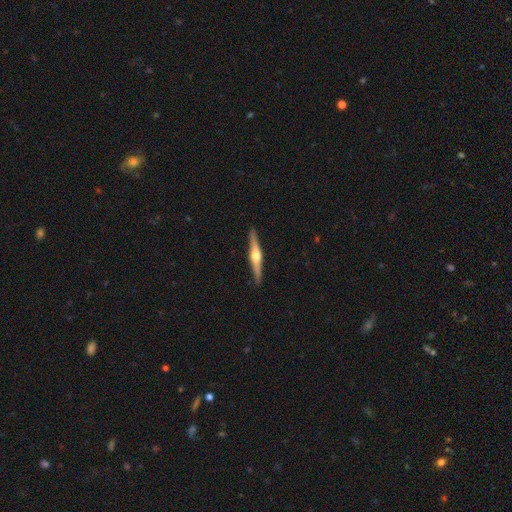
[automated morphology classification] smooth_or_featured: featured or disk (p=0.77) [alt: smooth p=0.18]
disk_edge_on: yes (p=0.98) [alt: no p=0.02]
edge_on_bulge: rounded (p=0.94) [alt: boxy p=0.04]
merging: none (p=0.92) [alt: minor disturbance p=0.06]